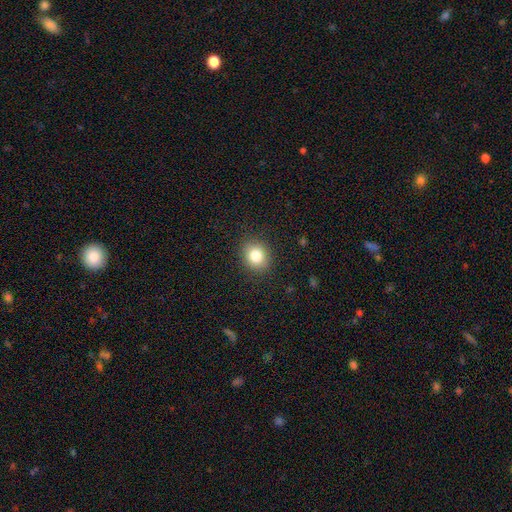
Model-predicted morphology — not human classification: A smooth galaxy with no disk features (82%) that is round (64%).

Vote fractions:
- Smooth or featured? smooth: 82% / star or artifact: 10% / featured or disk: 8%
- How rounded? round: 64% / in between: 35% / cigar-shaped: 1%
- Merging? none: 89% / minor disturbance: 8% / major disturbance: 3% / merger: 1%